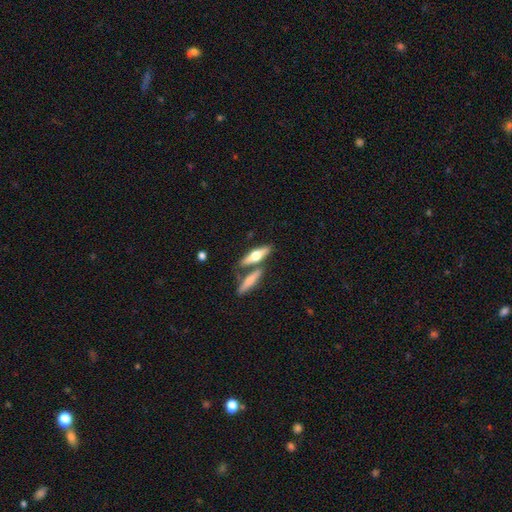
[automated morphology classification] The model was most divided on "smooth or featured": featured or disk: 48%, smooth: 45%, star or artifact: 6%. More confident: merging — none (63%).